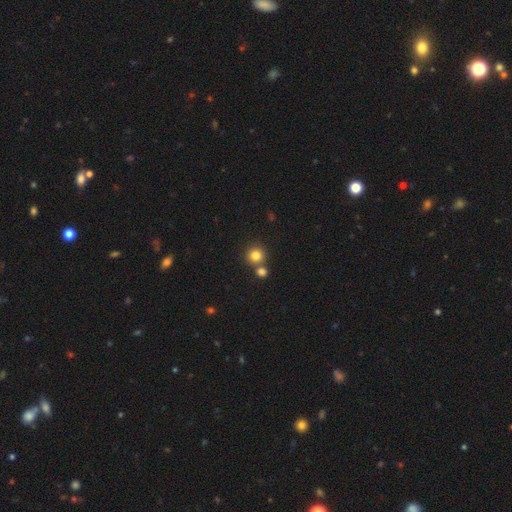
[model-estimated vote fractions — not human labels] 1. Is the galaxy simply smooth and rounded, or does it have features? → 81% smooth, 12% star or artifact, 6% featured or disk.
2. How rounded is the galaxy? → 91% round, 8% in between, 1% cigar-shaped.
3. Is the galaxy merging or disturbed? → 66% none, 25% merger, 7% minor disturbance, 2% major disturbance.